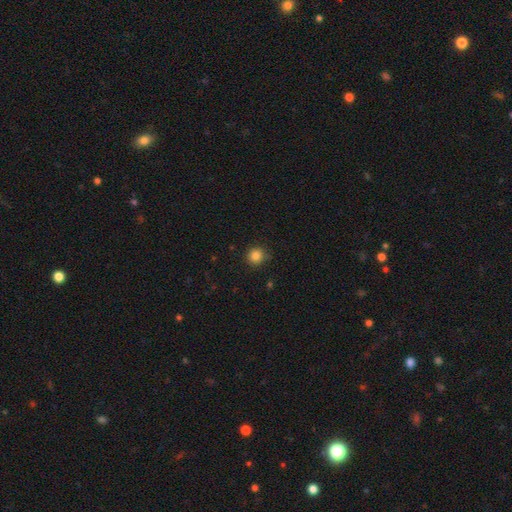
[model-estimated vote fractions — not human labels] Smooth or featured? smooth (84%)
How rounded? round (92%)
Merging? none (87%)